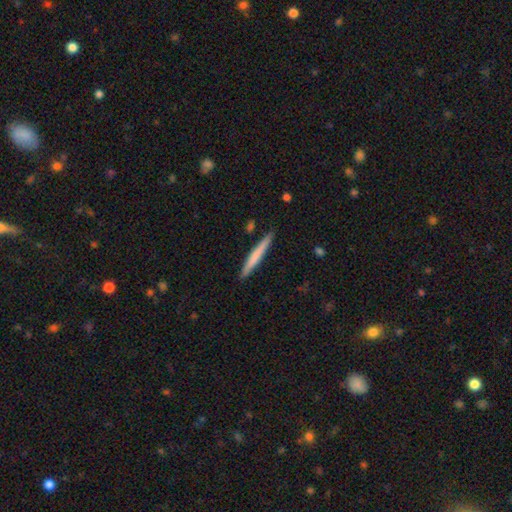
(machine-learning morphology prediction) Overall: smooth (64%; featured or disk 30%). How rounded: cigar-shaped (96%). Merging: none (89%).